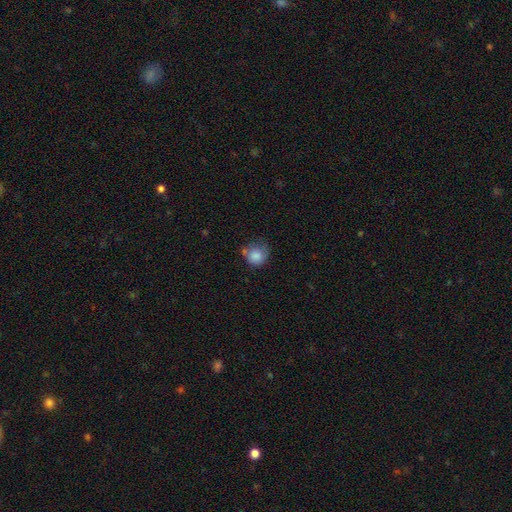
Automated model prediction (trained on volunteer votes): Smooth or featured? Predicted: smooth (p=0.84). How rounded? Predicted: round (p=0.85). Merging? Predicted: none (p=0.56).